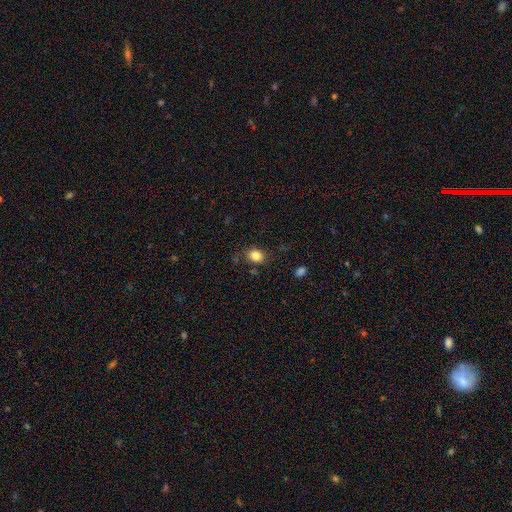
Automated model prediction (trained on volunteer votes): smooth_or_featured: smooth (p=0.83) [alt: star or artifact p=0.11]
how_rounded: round (p=0.55) [alt: in between p=0.44]
merging: none (p=0.78) [alt: minor disturbance p=0.15]